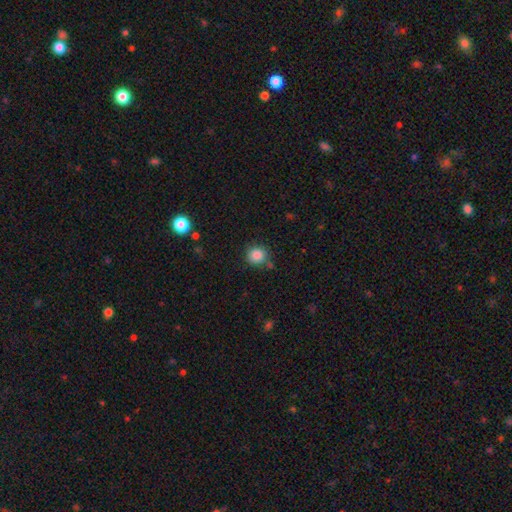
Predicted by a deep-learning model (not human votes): A smooth galaxy with no disk features (85%) that is round (90%). Merging: none (77%).